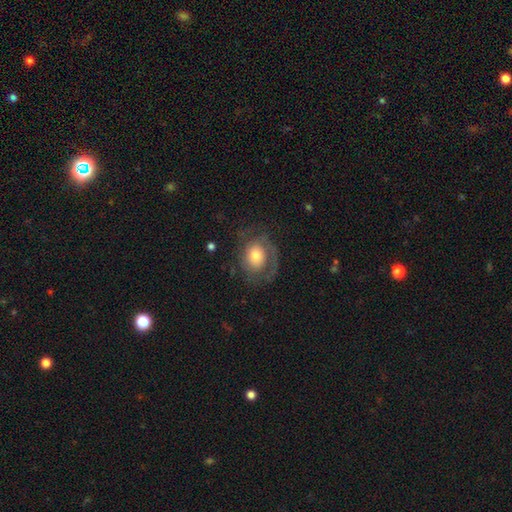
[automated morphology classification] smooth_or_featured: featured or disk (p=0.56) [alt: smooth p=0.37]
disk_edge_on: no (p=0.97) [alt: yes p=0.03]
bar: no (p=0.78) [alt: weak p=0.18]
has_spiral_arms: yes (p=0.77) [alt: no p=0.23]
bulge_size: moderate (p=0.48) [alt: large p=0.30]
merging: none (p=0.61) [alt: minor disturbance p=0.19]